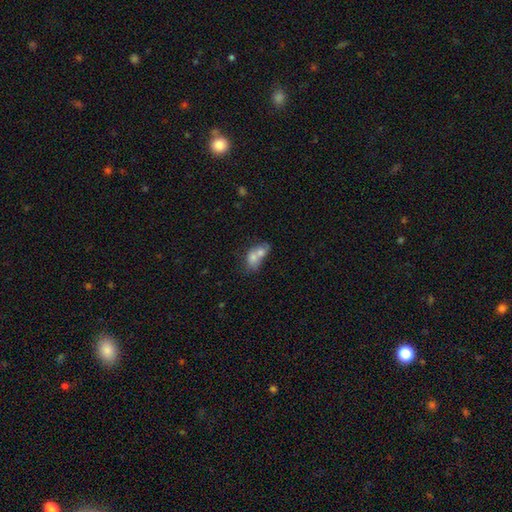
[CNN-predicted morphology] Smooth or featured?
  - smooth: 68% *
  - featured or disk: 23%
  - star or artifact: 9%
How rounded?
  - in between: 73% *
  - round: 24%
  - cigar-shaped: 3%
Merging?
  - merger: 72% *
  - none: 15%
  - minor disturbance: 8%
  - major disturbance: 5%